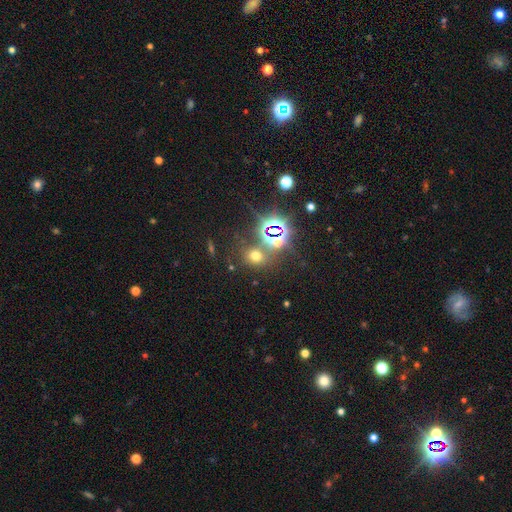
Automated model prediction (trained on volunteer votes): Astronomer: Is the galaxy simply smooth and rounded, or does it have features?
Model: smooth — 49% (runner-up: star or artifact, 43%).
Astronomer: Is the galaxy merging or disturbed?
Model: none — 71%.